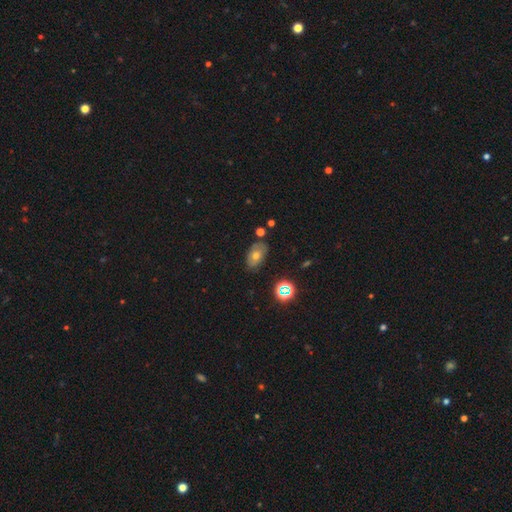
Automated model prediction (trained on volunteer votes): A smooth galaxy with no disk features (55%) that is in between round and cigar-shaped (86%). Merging: none (73%).